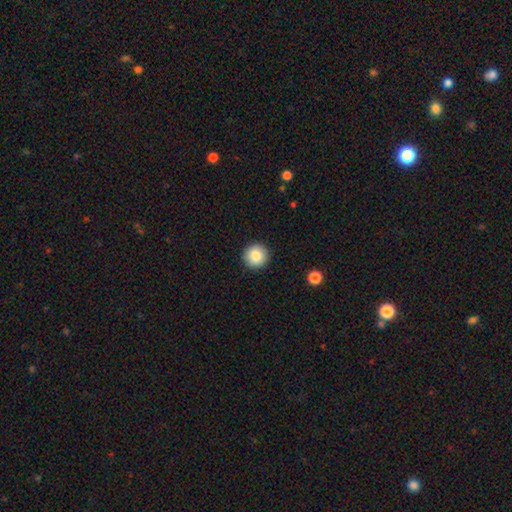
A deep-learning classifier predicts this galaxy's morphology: Smooth or featured: smooth — 87% (star or artifact — 8%)
How rounded: round — 96% (in between — 3%)
Merging: none — 93% (minor disturbance — 5%)